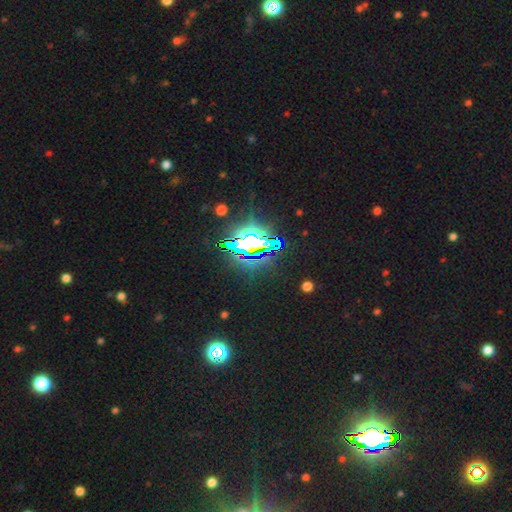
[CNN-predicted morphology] Smooth or featured? Predicted: star or artifact (p=0.78).